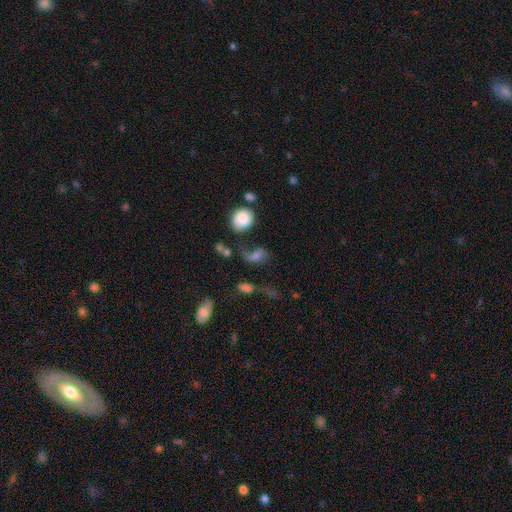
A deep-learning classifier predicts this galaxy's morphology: A smooth galaxy with no disk features (51%) that is in between round and cigar-shaped (62%). Merging: none (35%).